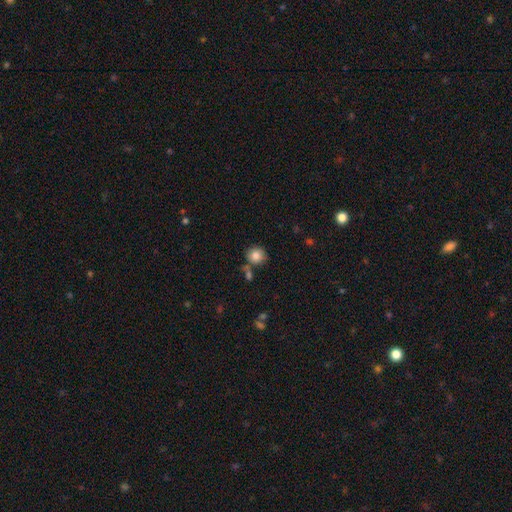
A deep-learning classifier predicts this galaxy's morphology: type=smooth (83%); roundness=round (85%); merging=none (70%).